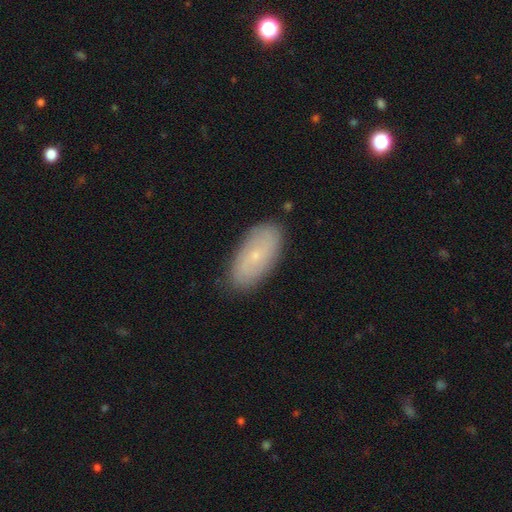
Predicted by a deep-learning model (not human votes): The model was most divided on "smooth or featured": smooth: 53%, featured or disk: 38%, star or artifact: 8%. More confident: how rounded — in between (90%); merging — none (85%).